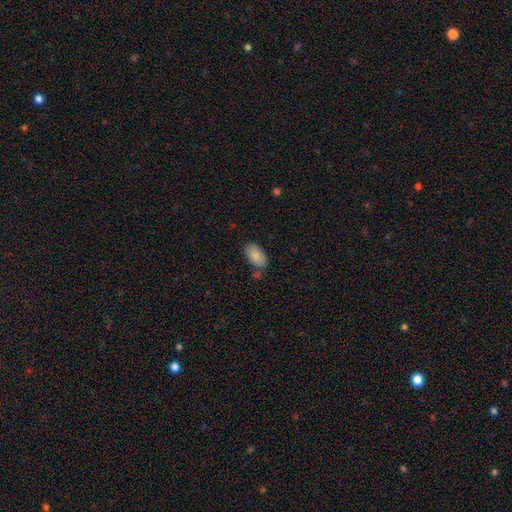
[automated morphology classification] Smooth or featured?
  - smooth: 86% *
  - featured or disk: 8%
  - star or artifact: 7%
How rounded?
  - in between: 95% *
  - round: 3%
  - cigar-shaped: 2%
Merging?
  - none: 69% *
  - minor disturbance: 18%
  - merger: 9%
  - major disturbance: 4%